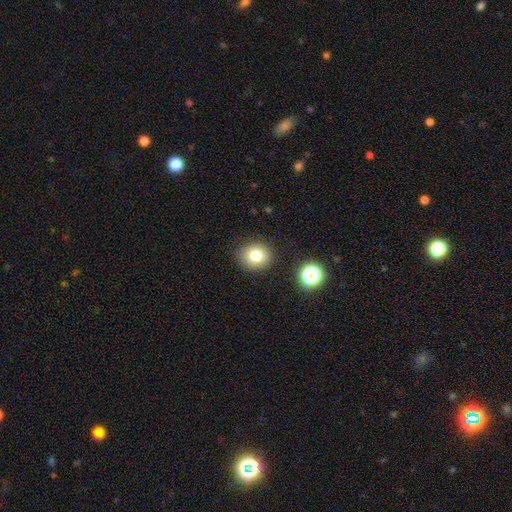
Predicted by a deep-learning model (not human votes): A smooth galaxy with no disk features (78%) that is round (77%). Merging: none (88%).